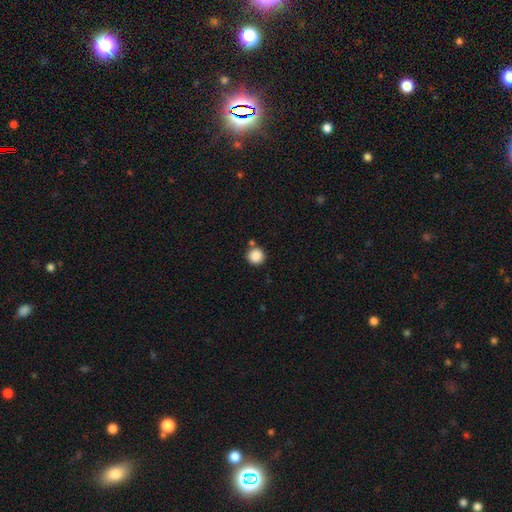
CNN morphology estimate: Overall: smooth (88%). How rounded: round (94%). Merging: none (80%).